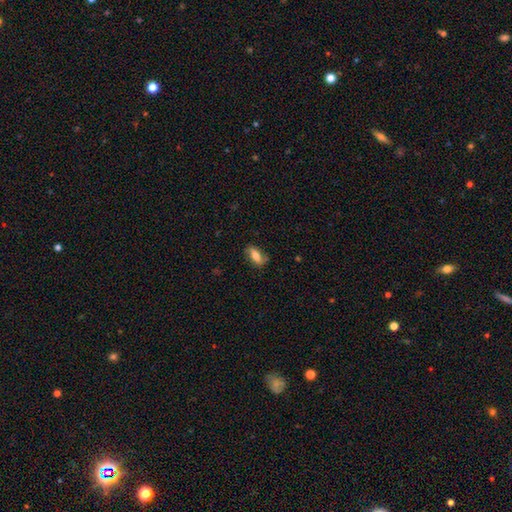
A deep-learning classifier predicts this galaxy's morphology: Smooth or featured?
  - smooth: 62% *
  - featured or disk: 31%
  - star or artifact: 7%
How rounded?
  - in between: 80% *
  - cigar-shaped: 16%
  - round: 4%
Merging?
  - none: 75% *
  - minor disturbance: 19%
  - major disturbance: 5%
  - merger: 2%